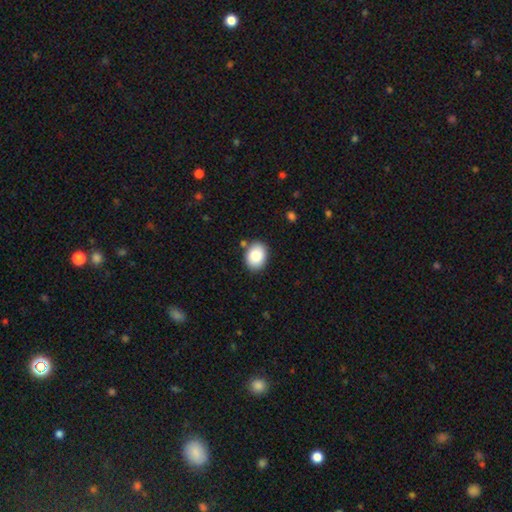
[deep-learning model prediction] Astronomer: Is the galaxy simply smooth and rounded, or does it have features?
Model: smooth — 87%.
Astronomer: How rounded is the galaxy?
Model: in between — 62%.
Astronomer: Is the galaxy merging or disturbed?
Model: none — 83%.